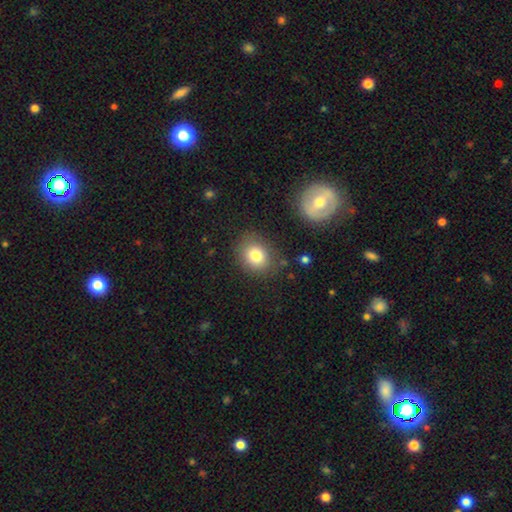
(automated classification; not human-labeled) This appears to be a smooth galaxy with no disk features (80%) that is round (59%). Merging: none (81%).